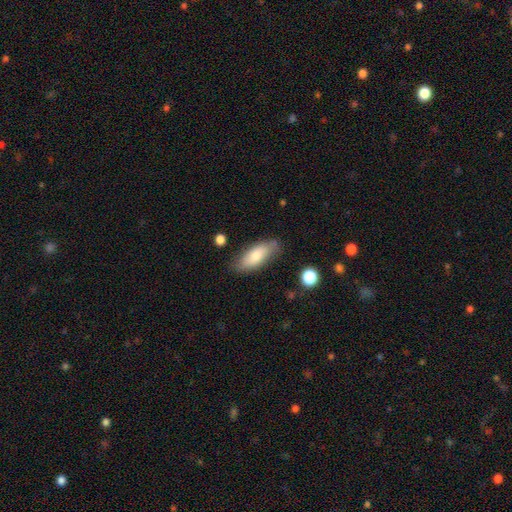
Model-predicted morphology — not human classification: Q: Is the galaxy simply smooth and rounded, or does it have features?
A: smooth — 73%.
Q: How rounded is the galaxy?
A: in between — 79%.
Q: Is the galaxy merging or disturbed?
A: none — 75%.